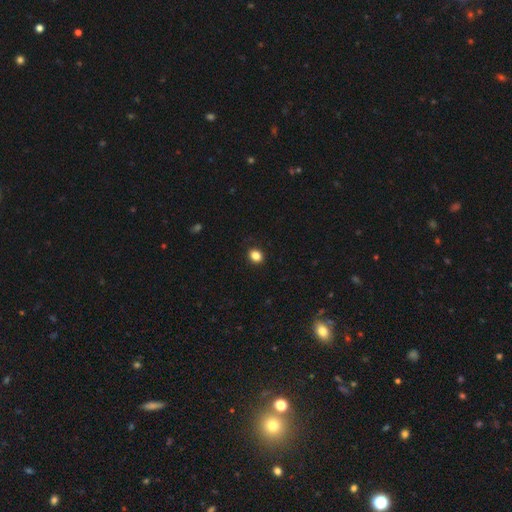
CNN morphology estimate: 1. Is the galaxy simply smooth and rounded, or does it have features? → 85% smooth, 11% star or artifact, 4% featured or disk.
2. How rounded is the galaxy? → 54% round, 45% in between, 1% cigar-shaped.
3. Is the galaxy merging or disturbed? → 90% none, 7% minor disturbance, 2% major disturbance, 1% merger.